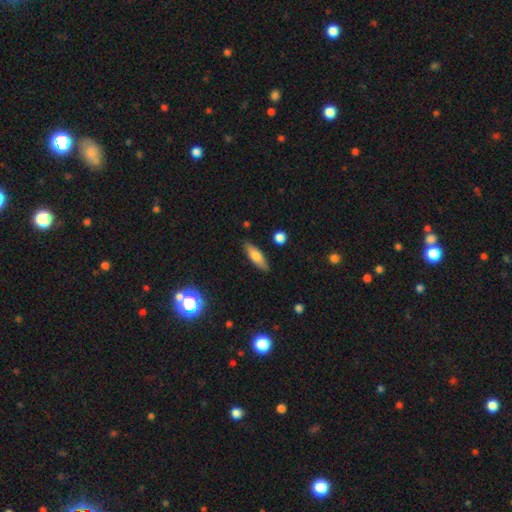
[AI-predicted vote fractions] Smooth or featured: smooth — 72% (featured or disk — 21%)
How rounded: cigar-shaped — 51% (in between — 46%)
Merging: none — 86% (minor disturbance — 10%)